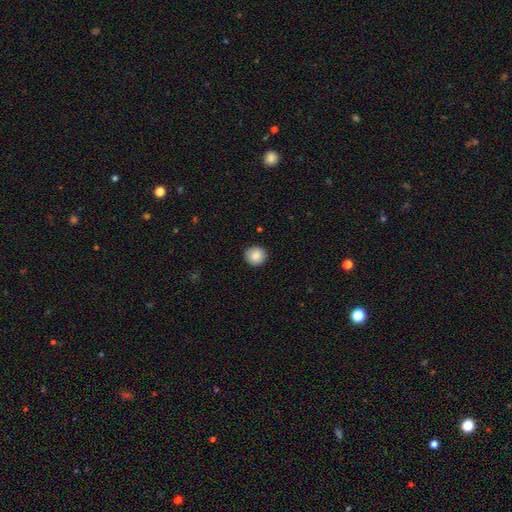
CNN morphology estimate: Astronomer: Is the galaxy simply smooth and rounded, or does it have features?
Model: smooth — 86%.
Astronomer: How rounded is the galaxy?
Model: round — 91%.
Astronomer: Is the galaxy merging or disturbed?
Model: none — 91%.